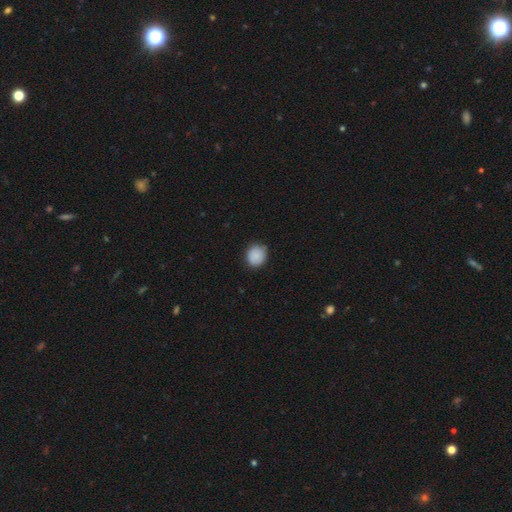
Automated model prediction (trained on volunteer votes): This is clearly a smooth galaxy (88%). How rounded: clearly round (83%). Merging: clearly none (84%).